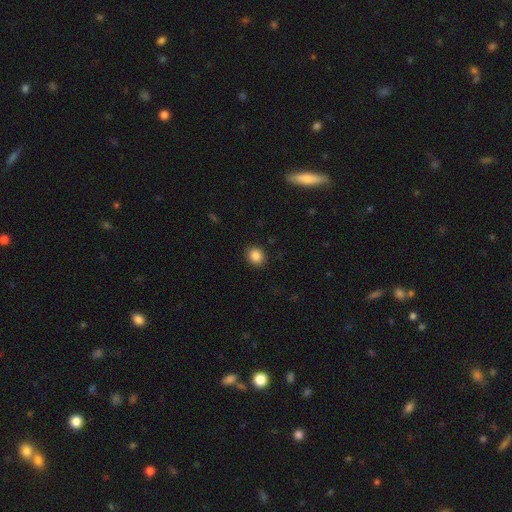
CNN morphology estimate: Smooth or featured?
  - smooth: 86% *
  - star or artifact: 10%
  - featured or disk: 5%
How rounded?
  - round: 73% *
  - in between: 26%
  - cigar-shaped: 1%
Merging?
  - none: 90% *
  - minor disturbance: 7%
  - major disturbance: 2%
  - merger: 1%